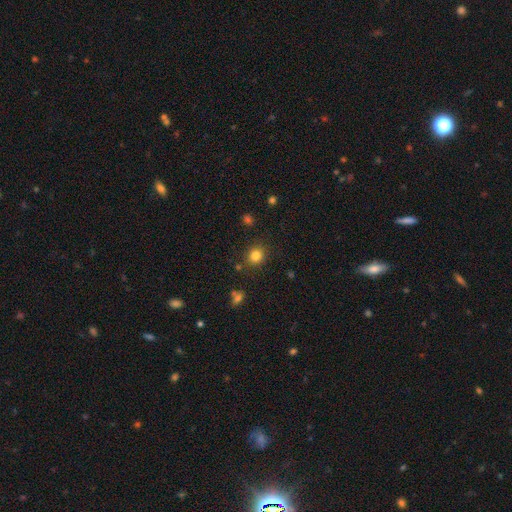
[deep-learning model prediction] Morphology: type=smooth (83%); roundness=round (80%); merging=none (85%).